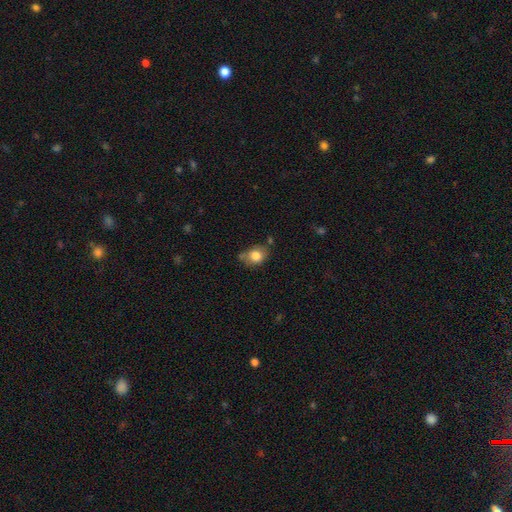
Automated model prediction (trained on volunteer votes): Smooth or featured? Predicted: smooth (p=0.79). How rounded? Predicted: in between (p=0.56). Merging? Predicted: none (p=0.54).